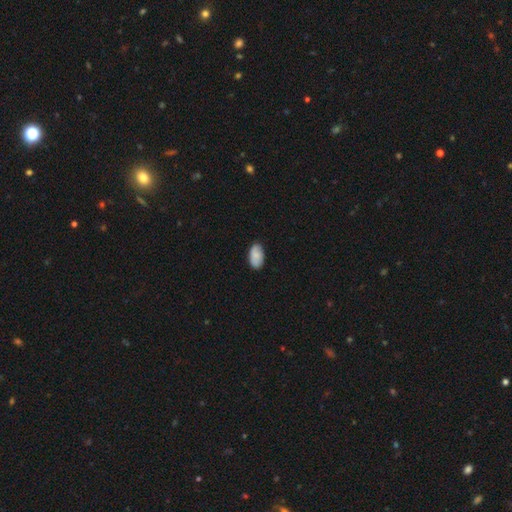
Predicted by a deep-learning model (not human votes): The model was most divided on "merging": none: 81%, minor disturbance: 15%, major disturbance: 2%, merger: 1%. More confident: how rounded — in between (94%); smooth or featured — smooth (80%).